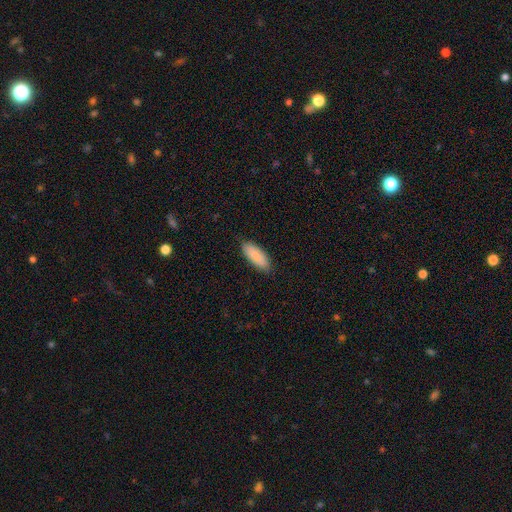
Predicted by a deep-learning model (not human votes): Smooth or featured? smooth (89%)
How rounded? in between (74%)
Merging? none (86%)